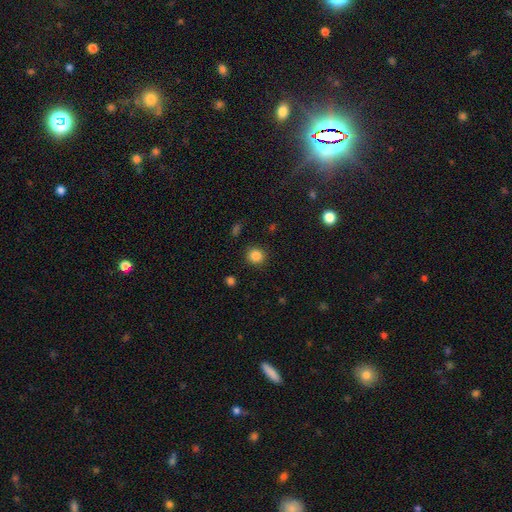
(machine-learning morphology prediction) type=smooth (85%); roundness=round (90%); merging=none (90%).